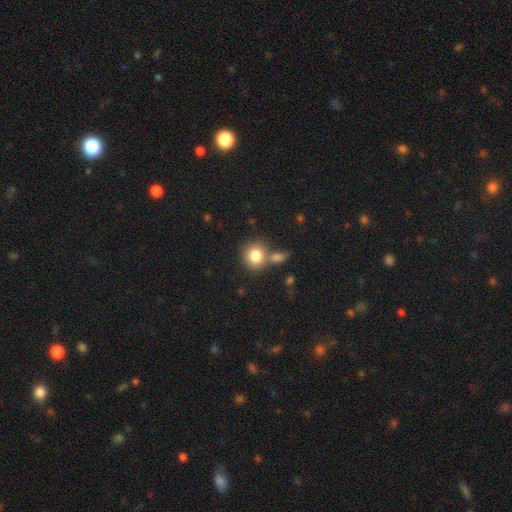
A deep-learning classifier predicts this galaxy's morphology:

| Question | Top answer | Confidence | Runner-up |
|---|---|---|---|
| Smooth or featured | smooth | 81% | featured or disk (9%) |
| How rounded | round | 82% | in between (17%) |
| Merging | none | 58% | merger (28%) |